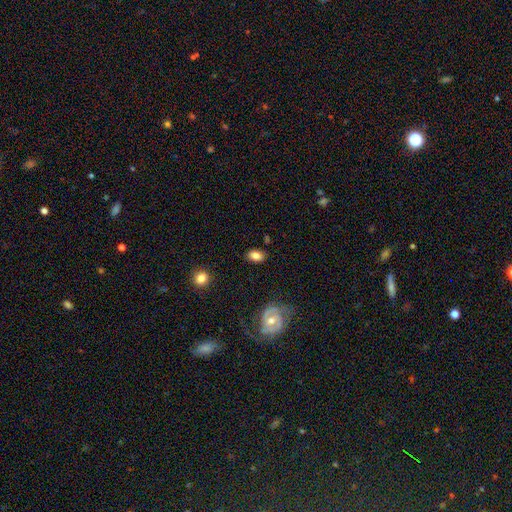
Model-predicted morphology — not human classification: The model was most divided on "smooth or featured": smooth: 80%, featured or disk: 11%, star or artifact: 9%. More confident: how rounded — in between (85%); merging — none (82%).